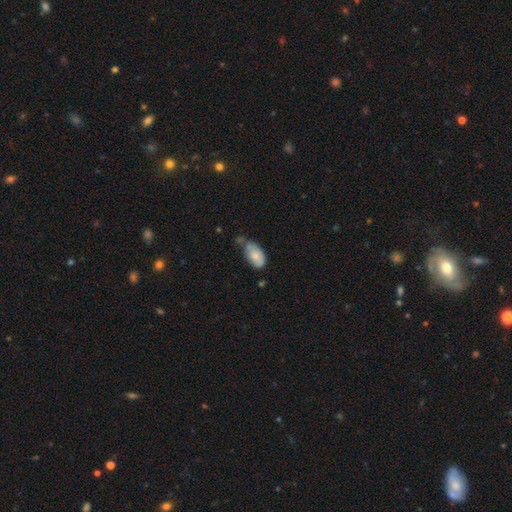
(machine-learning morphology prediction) type=smooth (78%); roundness=in between (93%); merging=none (40%).